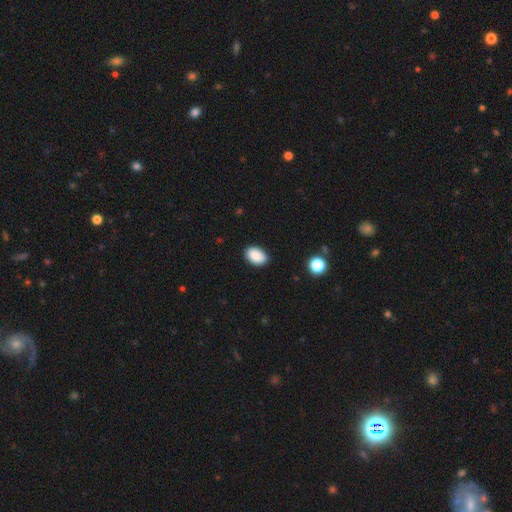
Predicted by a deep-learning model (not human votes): This is clearly a smooth galaxy (89%). How rounded: clearly in between (87%). Merging: clearly none (88%).